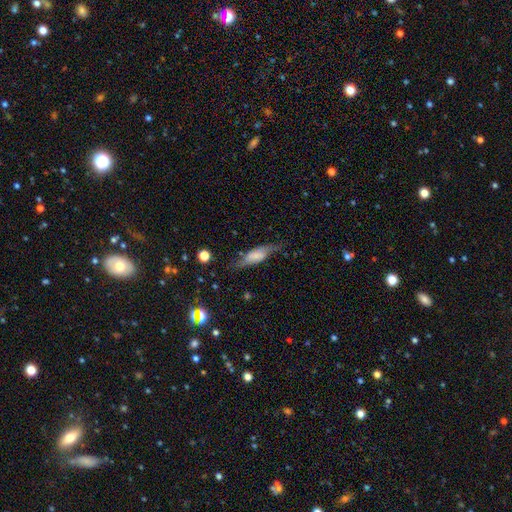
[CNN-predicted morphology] Smooth or featured?
  - smooth: 48% *
  - featured or disk: 45%
  - star or artifact: 8%
Merging?
  - none: 63% *
  - minor disturbance: 24%
  - major disturbance: 10%
  - merger: 2%